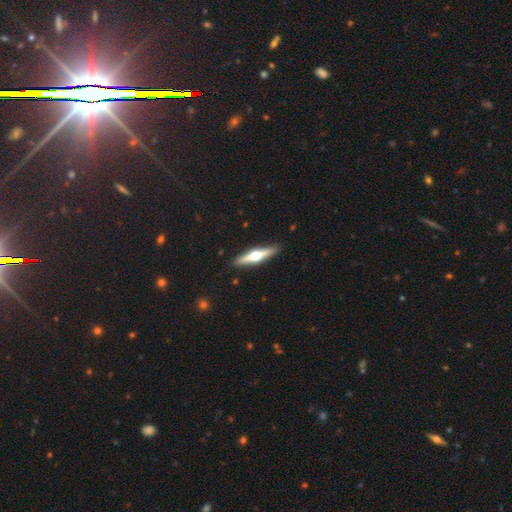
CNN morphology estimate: A featured or disk galaxy (71%) viewed edge-on (97%) with a rounded central bulge (96%). Merging: none (91%).